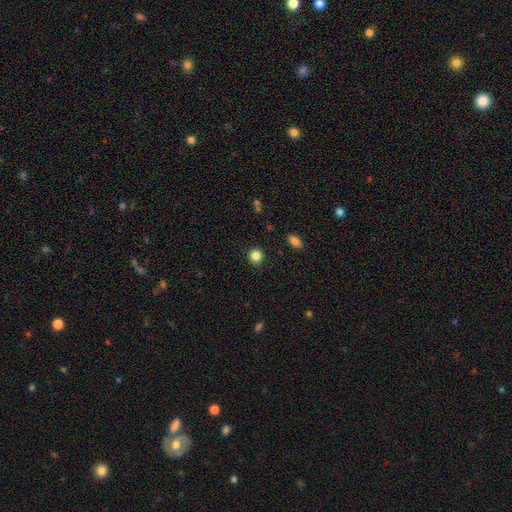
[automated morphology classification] smooth_or_featured: smooth (p=0.85) [alt: star or artifact p=0.11]
how_rounded: round (p=0.89) [alt: in between p=0.10]
merging: none (p=0.87) [alt: minor disturbance p=0.09]